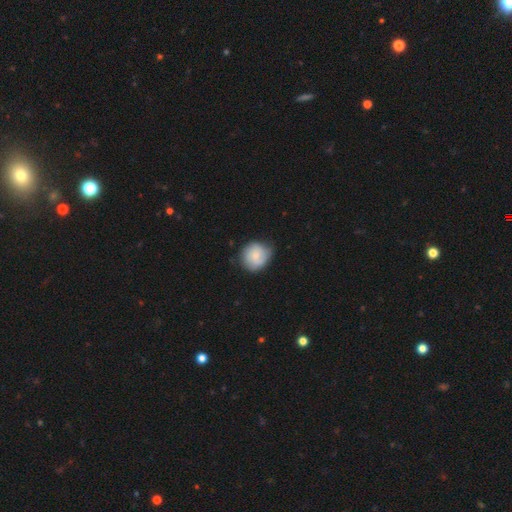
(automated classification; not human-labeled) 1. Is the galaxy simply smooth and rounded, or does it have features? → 67% smooth, 27% featured or disk, 7% star or artifact.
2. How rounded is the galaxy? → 84% round, 15% in between, 1% cigar-shaped.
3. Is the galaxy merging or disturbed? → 71% none, 23% minor disturbance, 5% major disturbance, 1% merger.